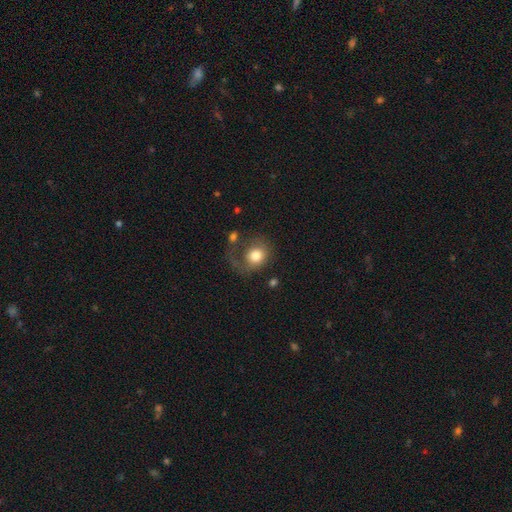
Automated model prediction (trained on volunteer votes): smooth 70%, featured or disk 21%, star or artifact 8%. Down the decision tree: how rounded — round (73%); merging — major disturbance (37%).